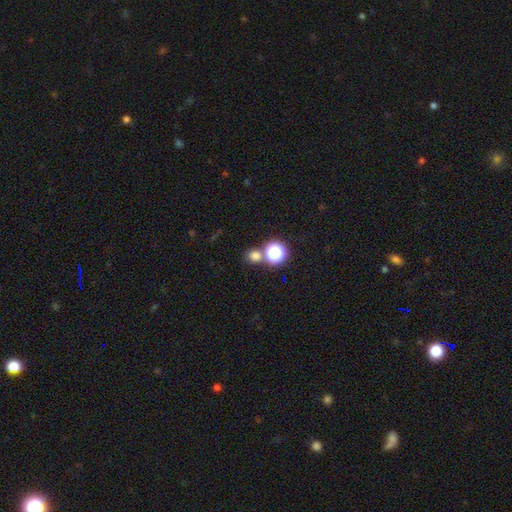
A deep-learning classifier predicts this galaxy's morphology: smooth_or_featured: smooth (p=0.71) [alt: star or artifact p=0.24]
how_rounded: round (p=0.82) [alt: in between p=0.17]
merging: none (p=0.66) [alt: merger p=0.23]